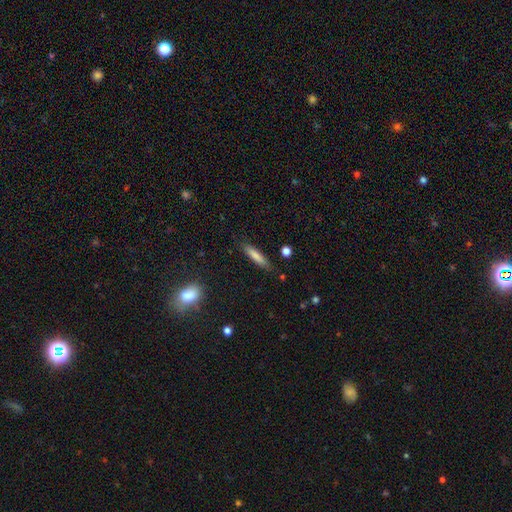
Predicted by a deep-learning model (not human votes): smooth_or_featured: smooth (p=0.79) [alt: featured or disk p=0.14]
how_rounded: cigar-shaped (p=0.85) [alt: in between p=0.14]
merging: none (p=0.84) [alt: minor disturbance p=0.12]